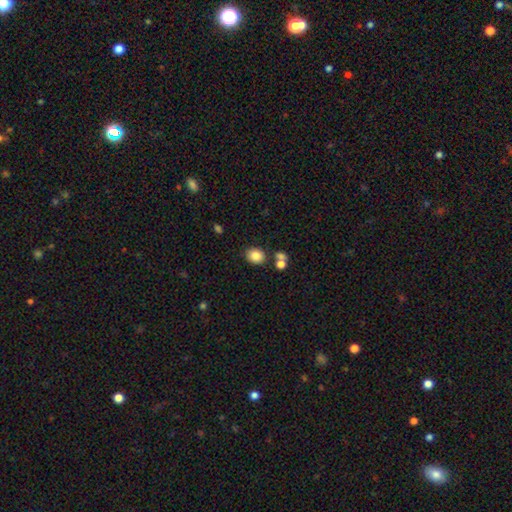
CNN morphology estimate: Smooth or featured: smooth — 84% (star or artifact — 10%)
How rounded: round — 52% (in between — 47%)
Merging: none — 76% (minor disturbance — 11%)